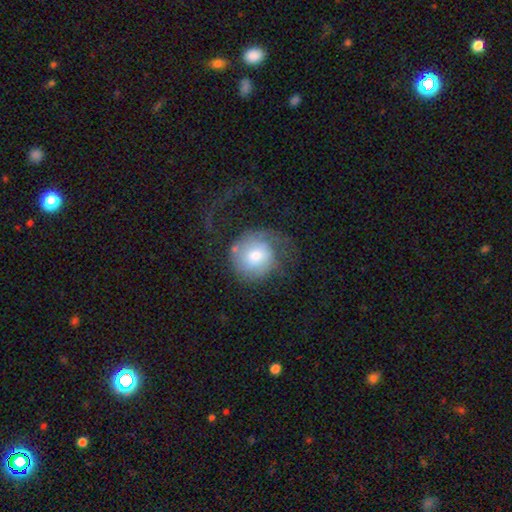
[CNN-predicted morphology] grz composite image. It shows a smooth galaxy with no disk features (47%). Merging: none (41%).